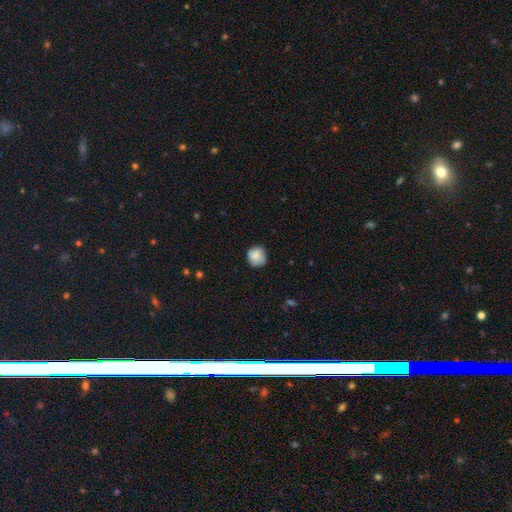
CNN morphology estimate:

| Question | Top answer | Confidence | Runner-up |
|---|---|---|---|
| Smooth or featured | smooth | 78% | featured or disk (14%) |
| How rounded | round | 85% | in between (14%) |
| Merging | none | 70% | minor disturbance (23%) |